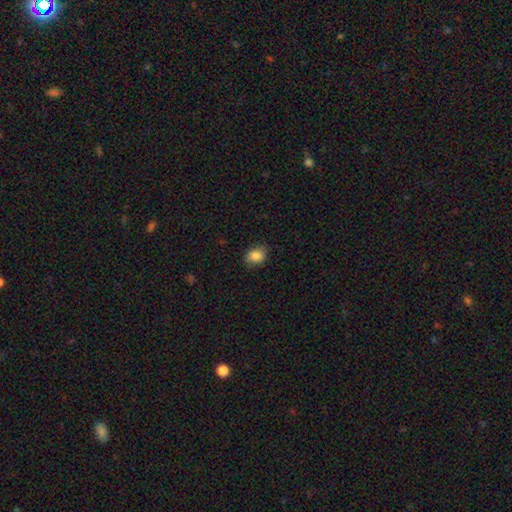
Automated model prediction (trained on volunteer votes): Smooth or featured: smooth — 85% (star or artifact — 9%)
How rounded: in between — 65% (round — 34%)
Merging: none — 82% (minor disturbance — 14%)